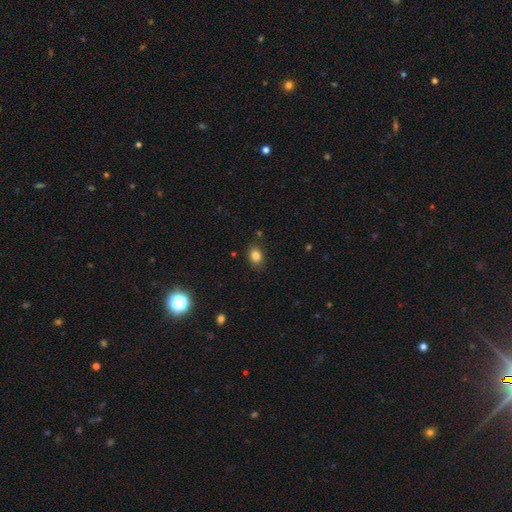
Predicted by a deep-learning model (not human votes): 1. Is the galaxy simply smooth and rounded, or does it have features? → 83% smooth, 11% star or artifact, 6% featured or disk.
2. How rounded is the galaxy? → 56% in between, 43% round, 1% cigar-shaped.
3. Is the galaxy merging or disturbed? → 83% none, 12% minor disturbance, 3% major disturbance, 2% merger.